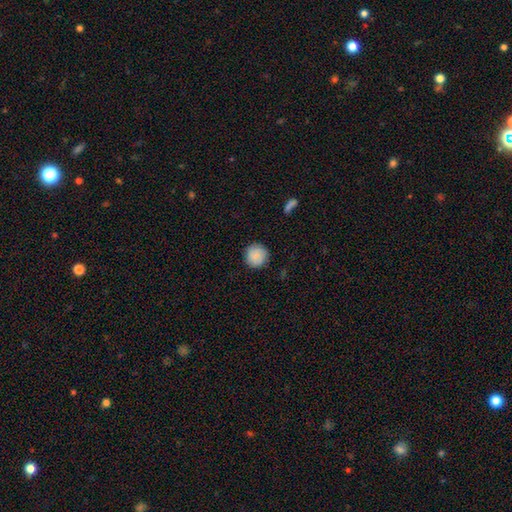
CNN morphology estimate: smooth-or-featured: smooth: 85% | featured or disk: 8% | star or artifact: 7%
  how-rounded: round: 92% | in between: 7% | cigar-shaped: 1%
  merging: none: 88% | minor disturbance: 9% | major disturbance: 2% | merger: 1%